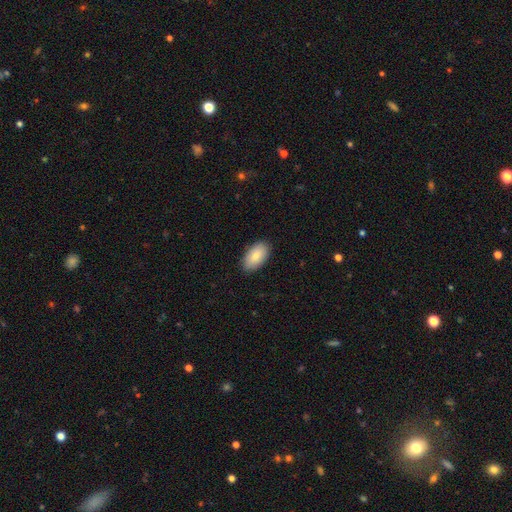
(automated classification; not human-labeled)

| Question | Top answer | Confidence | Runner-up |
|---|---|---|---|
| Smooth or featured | smooth | 81% | featured or disk (13%) |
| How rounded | in between | 94% | round (4%) |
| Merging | none | 87% | minor disturbance (10%) |